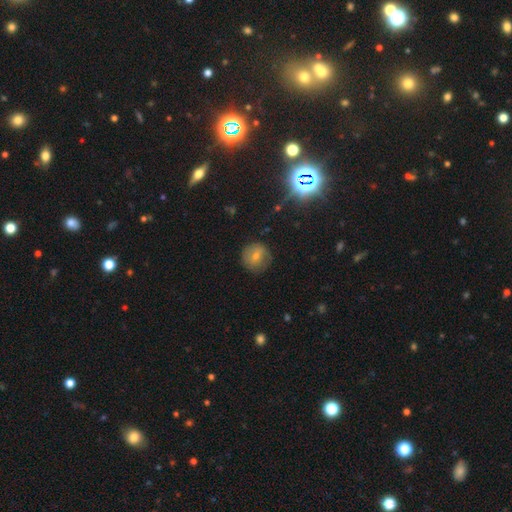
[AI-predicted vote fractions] The model was most divided on "smooth or featured": smooth: 62%, featured or disk: 26%, star or artifact: 12%. More confident: how rounded — round (90%); merging — none (78%).